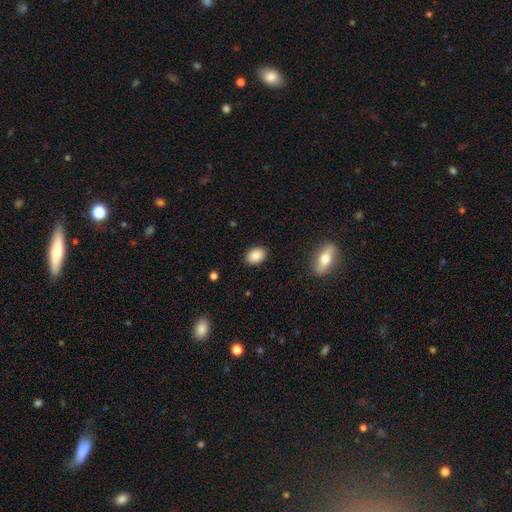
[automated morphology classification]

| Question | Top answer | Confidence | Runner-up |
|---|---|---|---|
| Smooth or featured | smooth | 87% | star or artifact (8%) |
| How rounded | in between | 82% | round (17%) |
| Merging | none | 89% | minor disturbance (8%) |